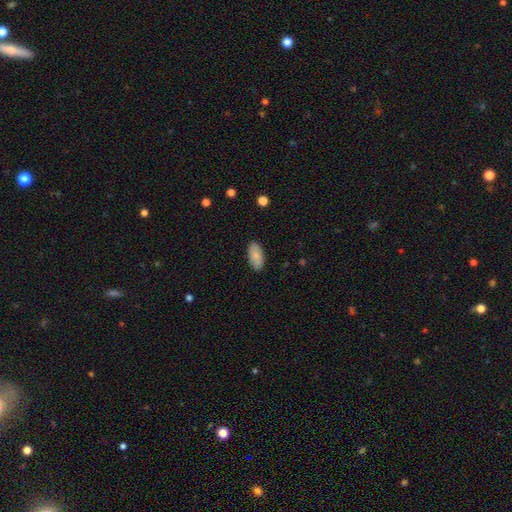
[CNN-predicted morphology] Q: Smooth or featured?
A: smooth (83%); runner-up: featured or disk (11%)
Q: How rounded?
A: in between (92%); runner-up: cigar-shaped (5%)
Q: Merging?
A: none (88%); runner-up: minor disturbance (9%)